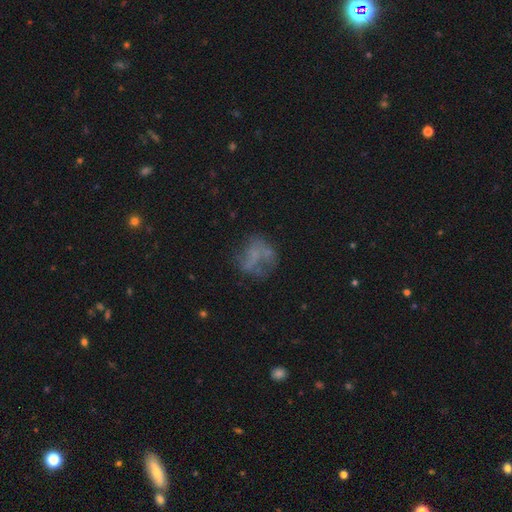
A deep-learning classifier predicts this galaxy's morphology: type=featured or disk (44%); merging=none (46%).